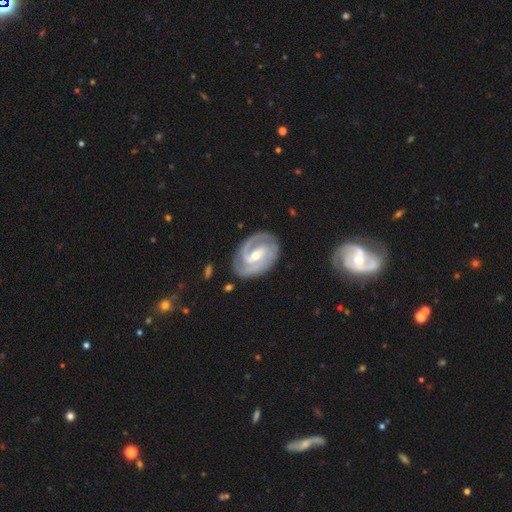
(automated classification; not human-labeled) This appears to be a featured or disk galaxy (90%) with a weak bar (45%), 2 (69%) tight (51%) spiral arms (97%) and a moderate central bulge (56%). Merging: none (79%).